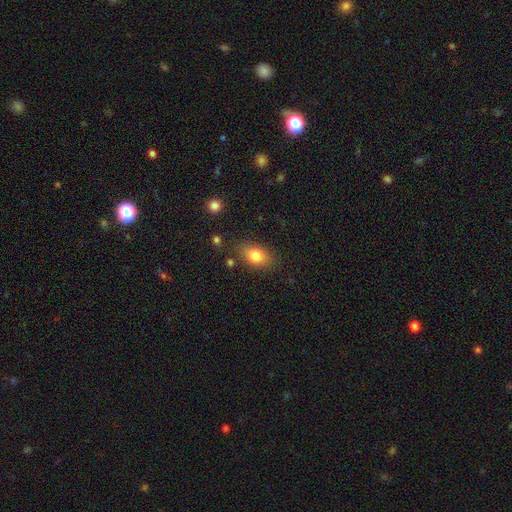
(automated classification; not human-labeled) A smooth galaxy with no disk features (80%) that is in between round and cigar-shaped (79%).

Vote fractions:
- Smooth or featured? smooth: 80% / featured or disk: 10% / star or artifact: 9%
- How rounded? in between: 79% / round: 18% / cigar-shaped: 3%
- Merging? none: 79% / minor disturbance: 14% / major disturbance: 4% / merger: 3%